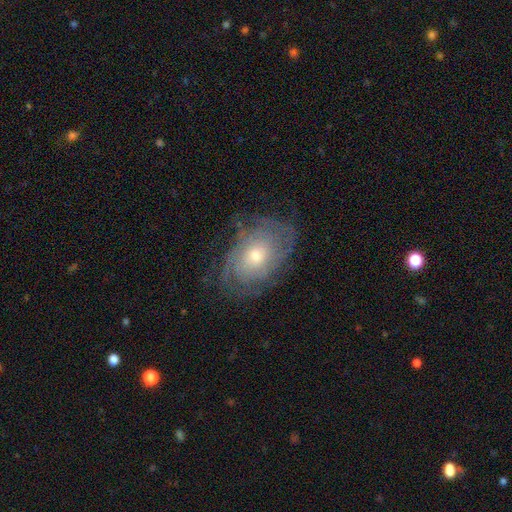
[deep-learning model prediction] featured or disk 70%, smooth 22%, star or artifact 8%. Down the decision tree: edge-on disk — no (95%); bar — no (80%); spiral arms — yes (83%); spiral arm count — can't tell (58%); spiral winding — tight (66%); bulge size — small (49%); merging — none (68%).